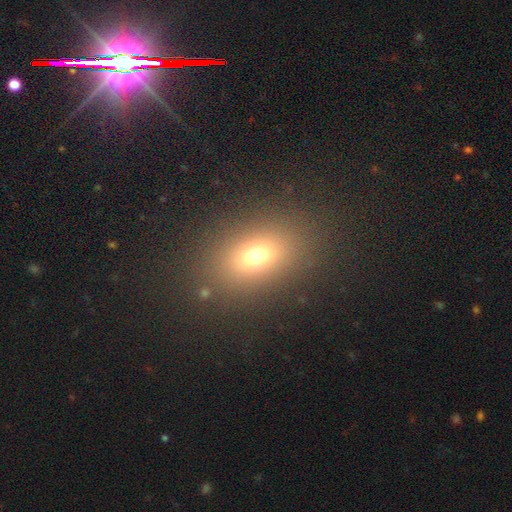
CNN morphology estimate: smooth-or-featured: smooth: 69% | star or artifact: 18% | featured or disk: 13%
  how-rounded: in between: 70% | round: 28% | cigar-shaped: 3%
  merging: none: 84% | minor disturbance: 8% | major disturbance: 6% | merger: 2%